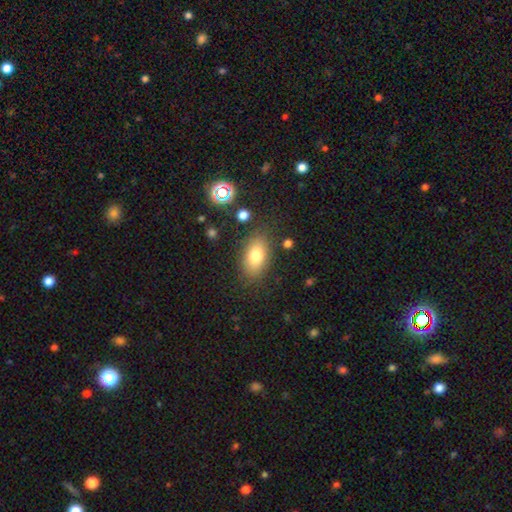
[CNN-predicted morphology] The model was most divided on "smooth or featured": smooth: 78%, featured or disk: 13%, star or artifact: 9%. More confident: how rounded — in between (88%); merging — none (81%).